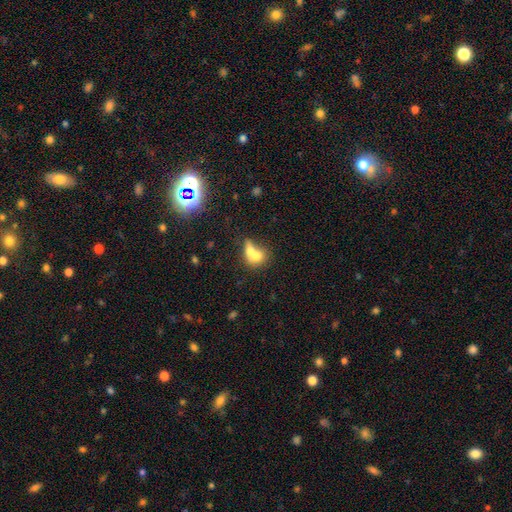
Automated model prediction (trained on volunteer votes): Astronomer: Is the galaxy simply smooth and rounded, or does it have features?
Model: smooth — 68%.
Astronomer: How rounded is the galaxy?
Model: round — 55% (runner-up: in between, 43%).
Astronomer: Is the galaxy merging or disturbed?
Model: merger — 69%.